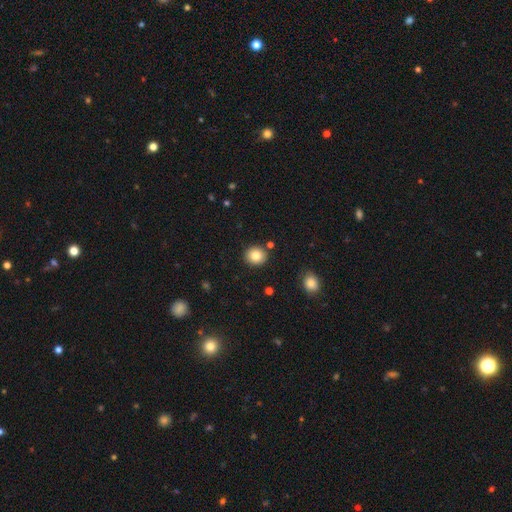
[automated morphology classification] type=smooth (83%); roundness=round (86%); merging=none (87%).